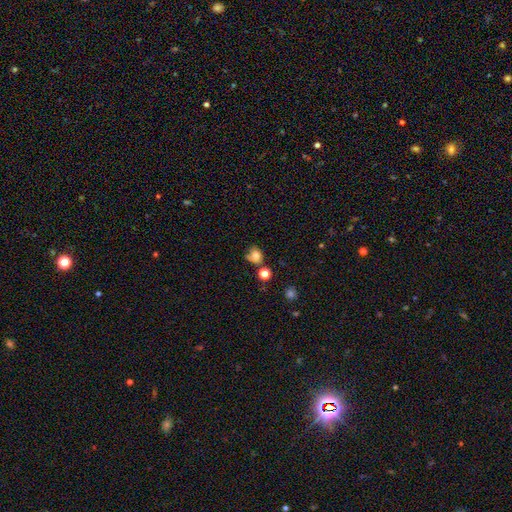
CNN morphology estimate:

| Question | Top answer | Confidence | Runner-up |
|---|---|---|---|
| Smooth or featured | smooth | 73% | featured or disk (14%) |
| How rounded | round | 69% | in between (30%) |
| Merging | none | 54% | minor disturbance (25%) |